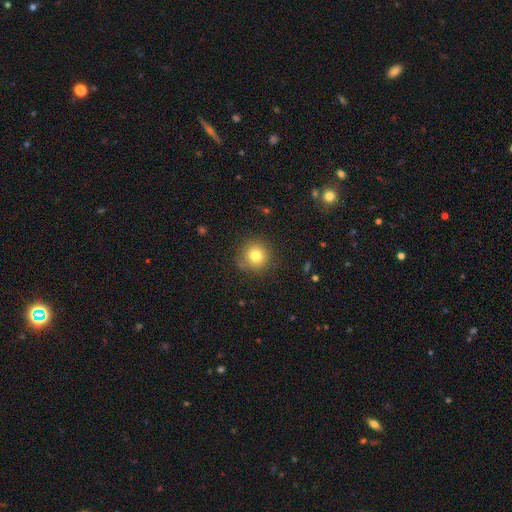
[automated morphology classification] smooth_or_featured: smooth (p=0.78) [alt: star or artifact p=0.12]
how_rounded: round (p=0.94) [alt: in between p=0.05]
merging: none (p=0.84) [alt: minor disturbance p=0.11]